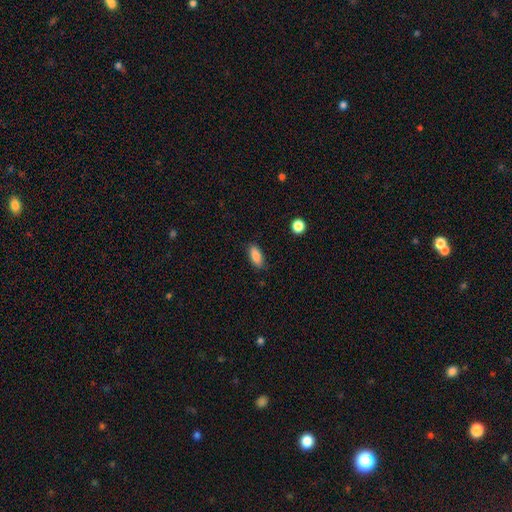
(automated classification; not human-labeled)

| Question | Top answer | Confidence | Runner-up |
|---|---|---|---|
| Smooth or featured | smooth | 85% | featured or disk (8%) |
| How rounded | in between | 84% | cigar-shaped (13%) |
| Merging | none | 86% | minor disturbance (11%) |